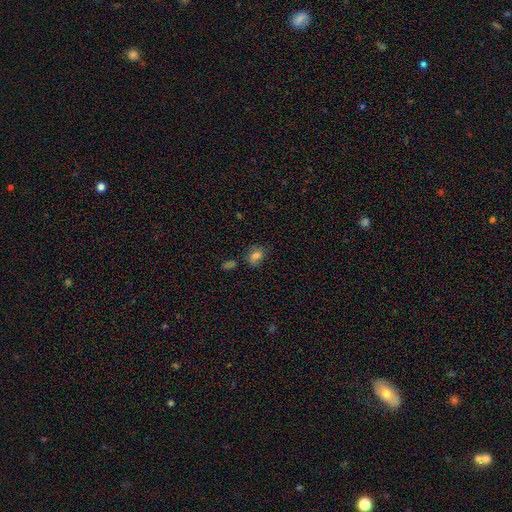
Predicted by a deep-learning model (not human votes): Smooth or featured: smooth — 75% (star or artifact — 16%)
How rounded: in between — 66% (round — 32%)
Merging: none — 67% (minor disturbance — 20%)